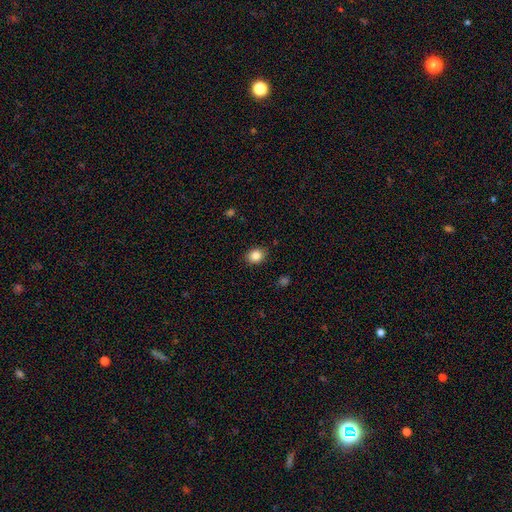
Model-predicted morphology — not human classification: This is clearly a smooth galaxy (85%). How rounded: possibly round (52%). Merging: clearly none (88%).